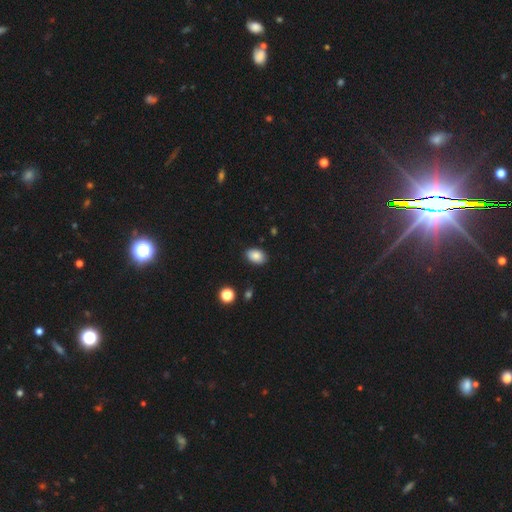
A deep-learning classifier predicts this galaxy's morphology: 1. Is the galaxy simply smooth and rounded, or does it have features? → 85% smooth, 9% star or artifact, 6% featured or disk.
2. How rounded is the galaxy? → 86% in between, 13% round, 1% cigar-shaped.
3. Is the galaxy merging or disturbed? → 87% none, 9% minor disturbance, 2% major disturbance, 1% merger.